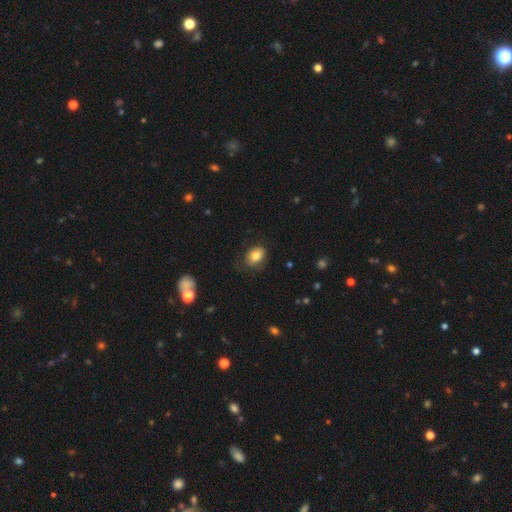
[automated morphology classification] A smooth galaxy with no disk features (82%) that is in between round and cigar-shaped (73%). Merging: none (76%).